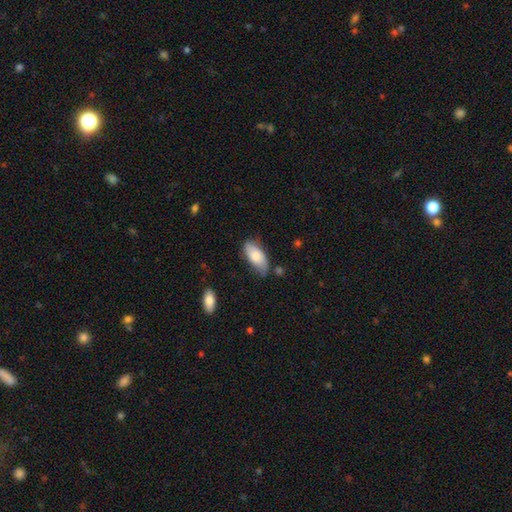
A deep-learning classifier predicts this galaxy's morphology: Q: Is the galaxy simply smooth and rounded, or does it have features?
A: smooth — 78%.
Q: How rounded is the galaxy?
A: in between — 90%.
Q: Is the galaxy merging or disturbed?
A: none — 65%.